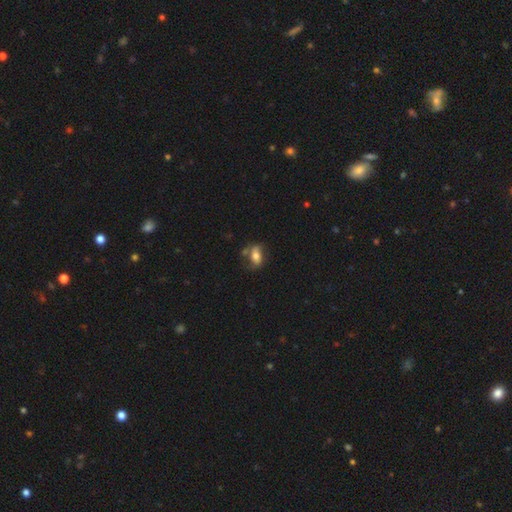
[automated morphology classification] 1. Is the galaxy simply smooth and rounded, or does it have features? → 62% smooth, 29% featured or disk, 9% star or artifact.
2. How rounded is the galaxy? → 83% in between, 12% round, 6% cigar-shaped.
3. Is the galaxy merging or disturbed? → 47% none, 25% minor disturbance, 15% major disturbance, 13% merger.